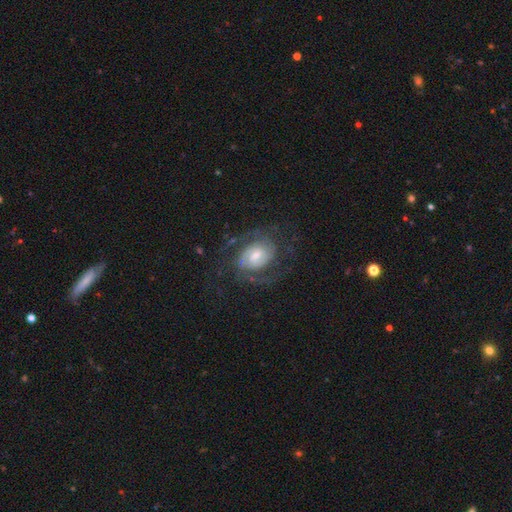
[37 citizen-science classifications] featured or disk 86%, smooth 11%, star or artifact 3%. Down the decision tree: edge-on disk — no (97%); bar — no (58%); spiral arms — yes (87%); spiral arm count — 2 (78%); spiral winding — medium (59%); bulge size — moderate (52%); merging — none (67%).